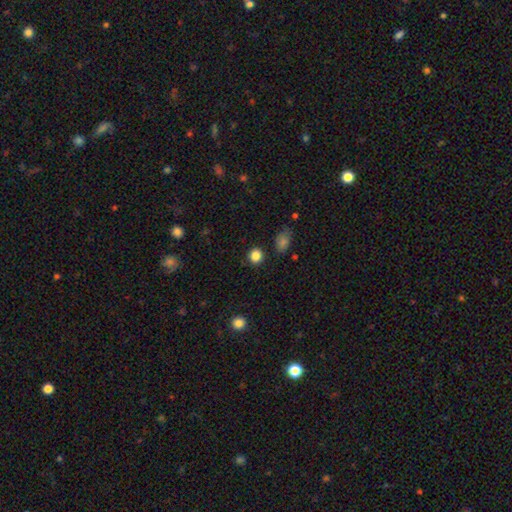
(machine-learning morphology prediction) smooth-or-featured: smooth: 84% | star or artifact: 12% | featured or disk: 4%
  how-rounded: round: 88% | in between: 11% | cigar-shaped: 1%
  merging: none: 87% | minor disturbance: 8% | merger: 2% | major disturbance: 2%